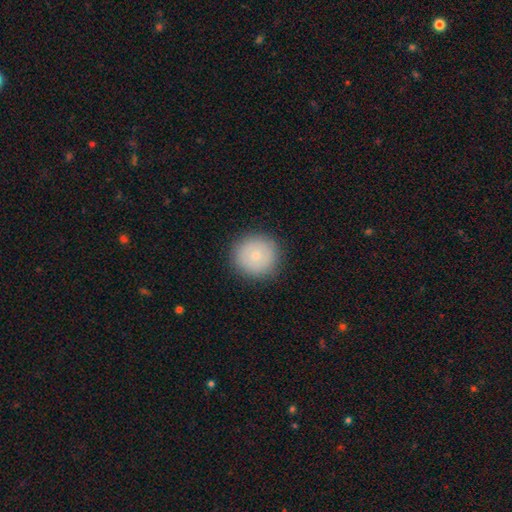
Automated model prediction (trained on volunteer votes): smooth-or-featured: smooth: 77% | featured or disk: 15% | star or artifact: 8%
  how-rounded: round: 93% | in between: 6% | cigar-shaped: 1%
  merging: none: 89% | minor disturbance: 8% | major disturbance: 2% | merger: 1%